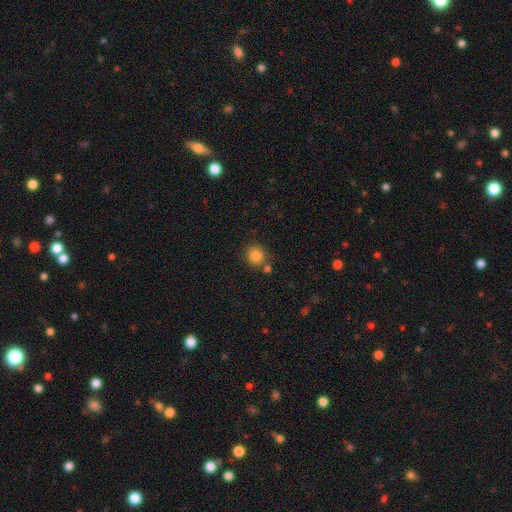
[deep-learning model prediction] Smooth or featured? smooth (84%)
How rounded? round (89%)
Merging? none (74%)